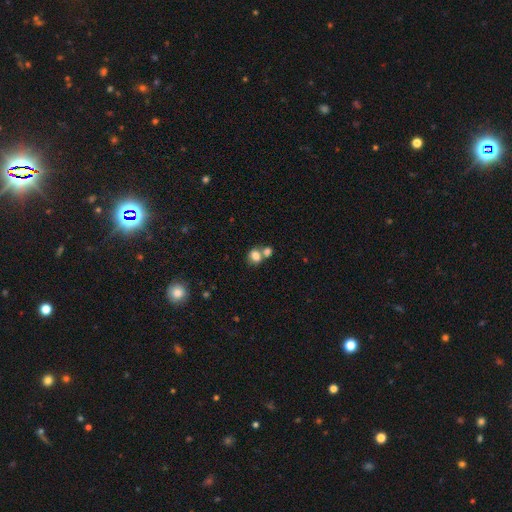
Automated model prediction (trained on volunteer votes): Smooth or featured? Predicted: smooth (p=0.80). How rounded? Predicted: round (p=0.54). Merging? Predicted: merger (p=0.48).